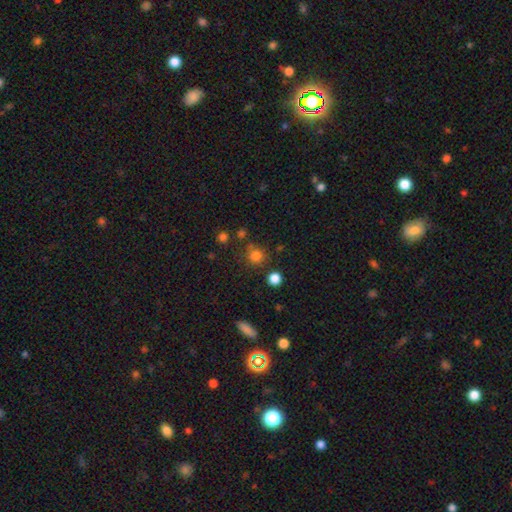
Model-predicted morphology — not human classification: Overall: smooth (78%). How rounded: round (88%). Merging: none (75%).